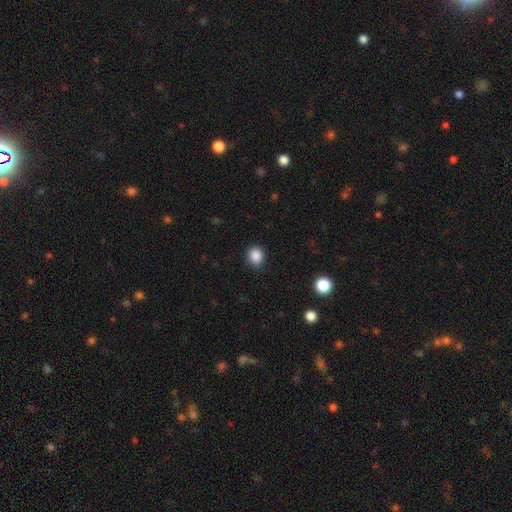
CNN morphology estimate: Smooth or featured? Predicted: smooth (p=0.87). How rounded? Predicted: round (p=0.76). Merging? Predicted: none (p=0.89).